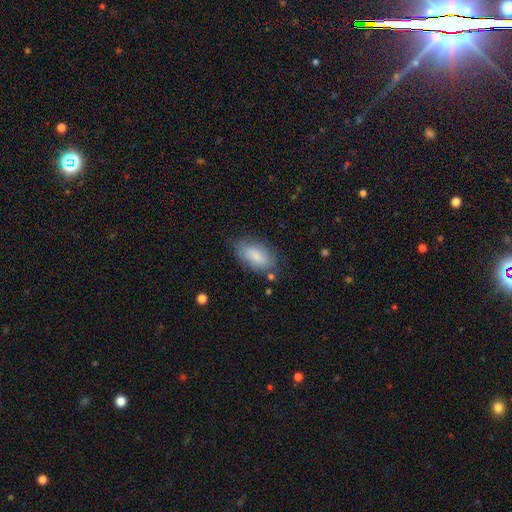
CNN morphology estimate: A smooth galaxy with no disk features (82%) that is in between round and cigar-shaped (92%).

Vote fractions:
- Smooth or featured? smooth: 82% / featured or disk: 12% / star or artifact: 6%
- How rounded? in between: 92% / cigar-shaped: 4% / round: 3%
- Merging? none: 73% / minor disturbance: 19% / major disturbance: 5% / merger: 3%